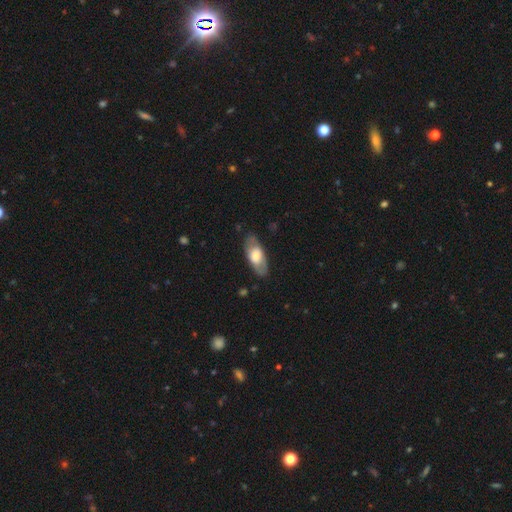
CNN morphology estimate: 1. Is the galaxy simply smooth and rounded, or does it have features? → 56% smooth, 39% featured or disk, 6% star or artifact.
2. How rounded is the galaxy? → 84% in between, 14% cigar-shaped, 3% round.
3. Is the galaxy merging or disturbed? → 79% none, 15% minor disturbance, 5% major disturbance, 1% merger.